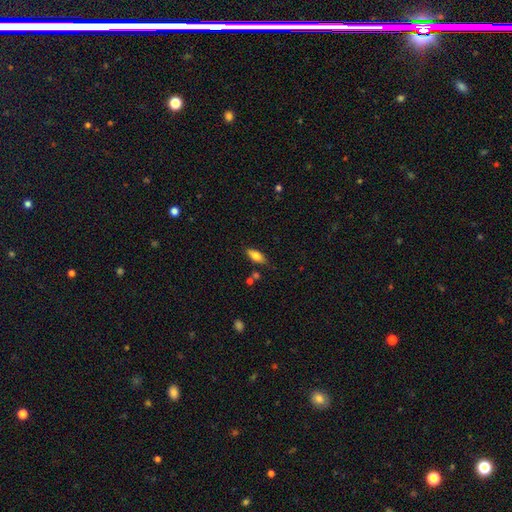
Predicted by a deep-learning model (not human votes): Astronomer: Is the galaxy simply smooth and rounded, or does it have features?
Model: smooth — 74%.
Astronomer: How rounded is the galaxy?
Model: in between — 79%.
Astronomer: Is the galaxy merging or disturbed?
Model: none — 79%.